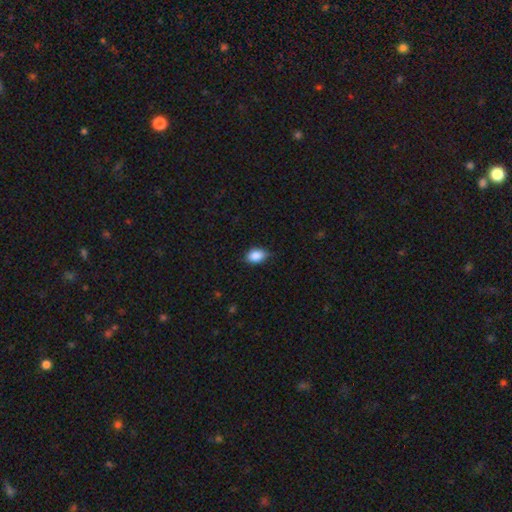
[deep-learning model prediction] A smooth galaxy with no disk features (87%) that is in between round and cigar-shaped (80%).

Vote fractions:
- Smooth or featured? smooth: 87% / star or artifact: 8% / featured or disk: 5%
- How rounded? in between: 80% / round: 19% / cigar-shaped: 2%
- Merging? none: 72% / minor disturbance: 23% / major disturbance: 3% / merger: 1%